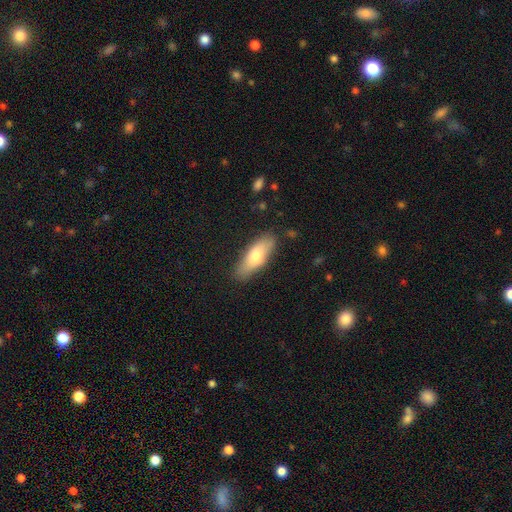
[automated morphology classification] Smooth or featured? smooth (72%)
How rounded? in between (61%)
Merging? none (84%)